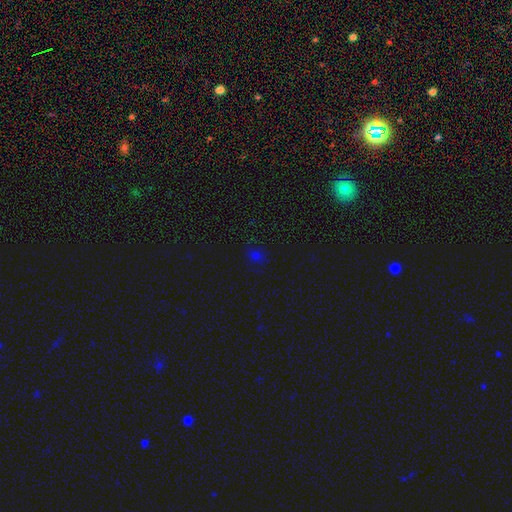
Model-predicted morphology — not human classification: Smooth or featured: smooth — 59% (star or artifact — 34%)
How rounded: round — 71% (in between — 28%)
Merging: none — 78% (minor disturbance — 14%)